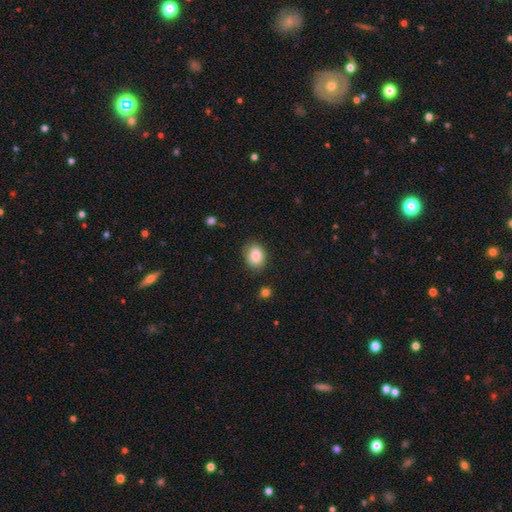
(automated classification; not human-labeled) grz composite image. It shows a smooth galaxy with no disk features (86%) that is in between round and cigar-shaped (60%). Merging: none (80%).